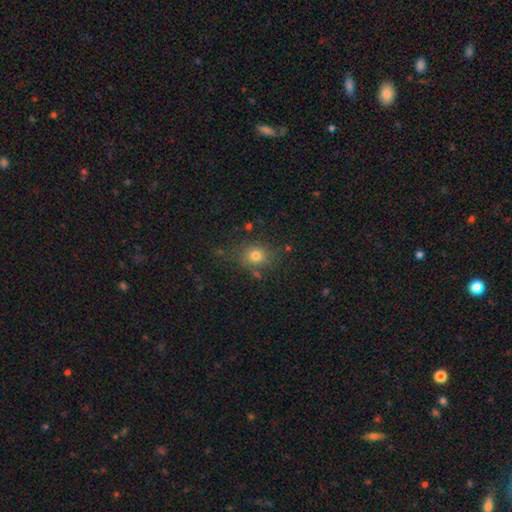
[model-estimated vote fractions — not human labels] Morphology: type=smooth (77%); roundness=round (73%); merging=none (77%).